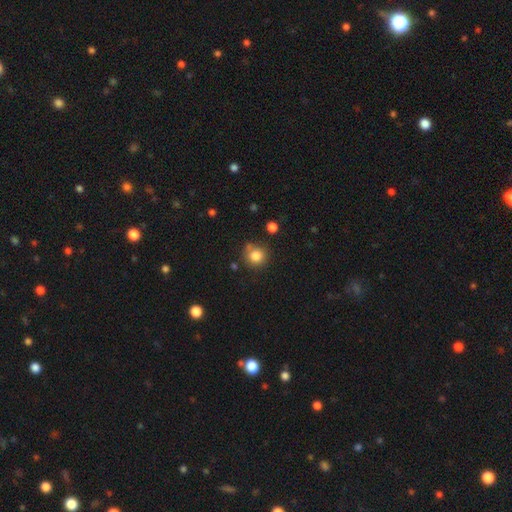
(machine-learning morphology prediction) This is clearly a smooth galaxy (83%). How rounded: clearly round (91%). Merging: likely none (74%).